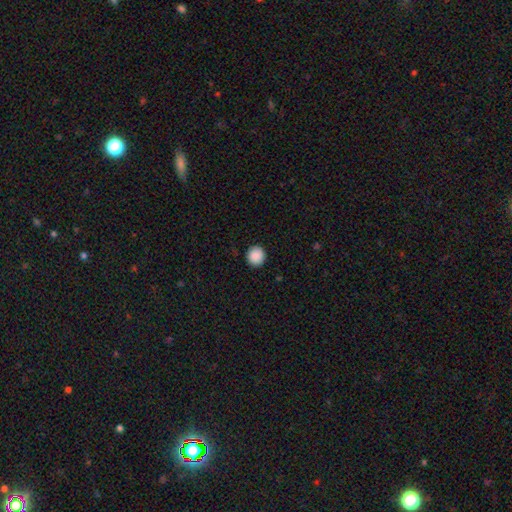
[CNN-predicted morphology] Overall: smooth (90%). How rounded: round (93%). Merging: none (92%).